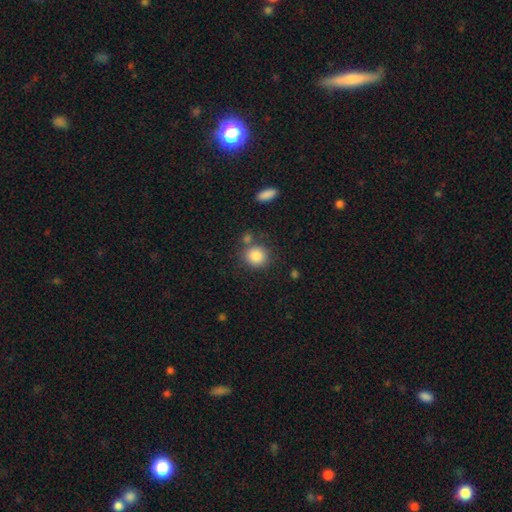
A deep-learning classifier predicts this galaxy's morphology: smooth_or_featured: smooth (p=0.86) [alt: star or artifact p=0.09]
how_rounded: round (p=0.84) [alt: in between p=0.15]
merging: none (p=0.71) [alt: merger p=0.13]